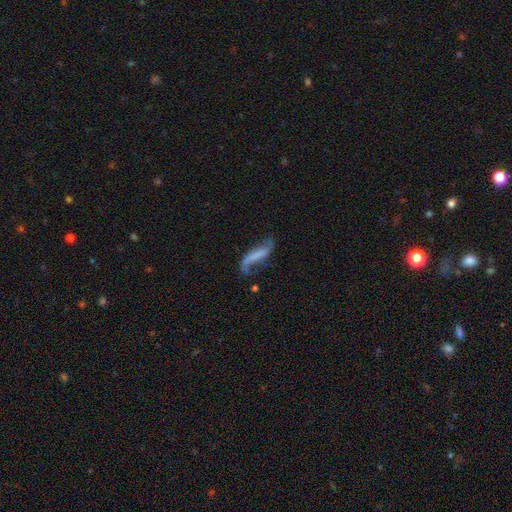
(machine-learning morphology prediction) The model was most divided on "merging": none: 41%, major disturbance: 28%, minor disturbance: 24%, merger: 6%. More confident: edge-on disk — no (82%); smooth or featured — featured or disk (59%).